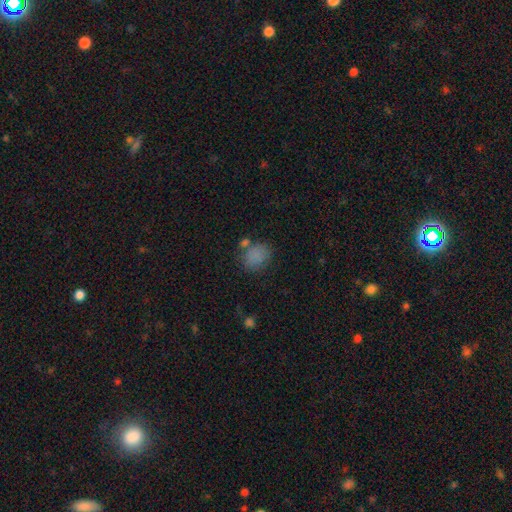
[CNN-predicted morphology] smooth_or_featured: smooth (p=0.80) [alt: star or artifact p=0.13]
how_rounded: round (p=0.62) [alt: in between p=0.37]
merging: none (p=0.64) [alt: minor disturbance p=0.16]